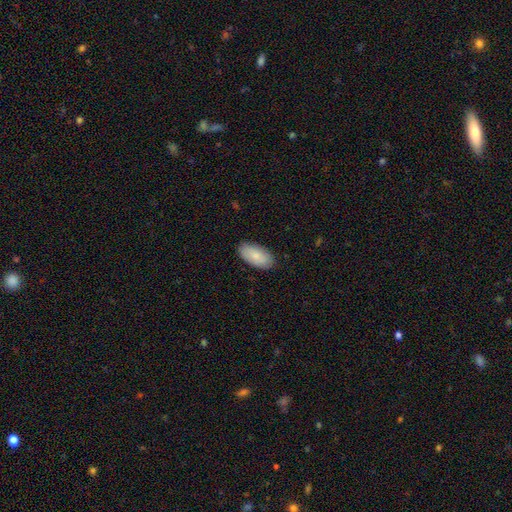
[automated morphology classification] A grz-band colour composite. It shows a smooth galaxy with no disk features (85%) that is in between round and cigar-shaped (94%). Merging: none (87%).